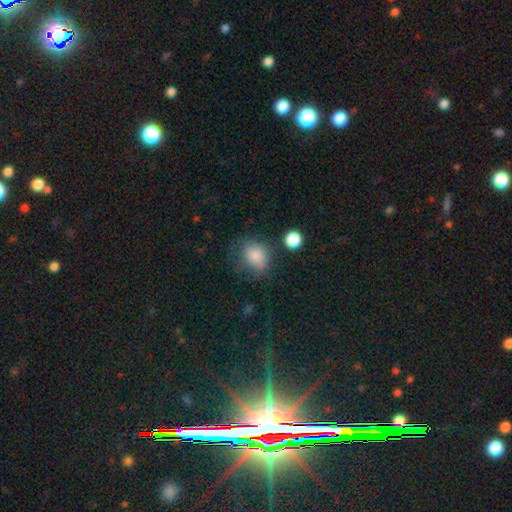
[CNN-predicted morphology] Smooth or featured? smooth (82%)
How rounded? in between (50%)
Merging? none (56%)